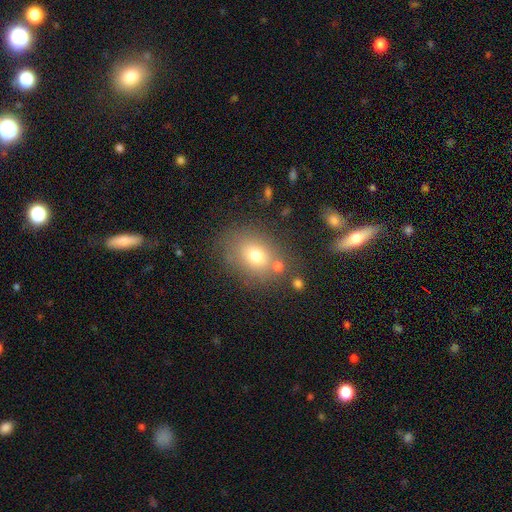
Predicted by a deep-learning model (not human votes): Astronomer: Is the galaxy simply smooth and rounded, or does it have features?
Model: smooth — 72%.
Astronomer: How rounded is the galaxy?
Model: in between — 59% (runner-up: round, 40%).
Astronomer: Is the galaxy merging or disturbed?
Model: none — 72%.